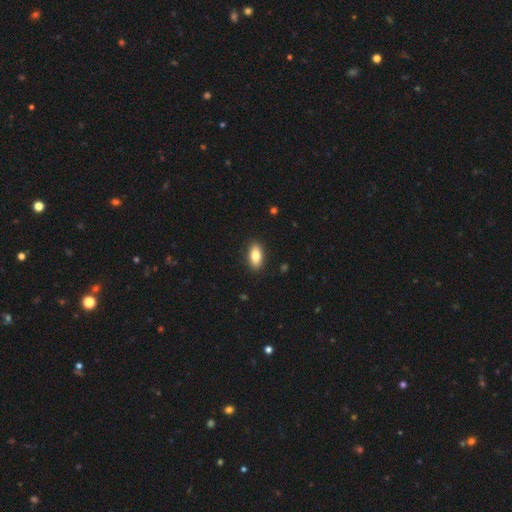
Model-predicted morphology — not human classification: Smooth or featured: smooth — 81% (featured or disk — 12%)
How rounded: in between — 89% (cigar-shaped — 7%)
Merging: none — 90% (minor disturbance — 8%)